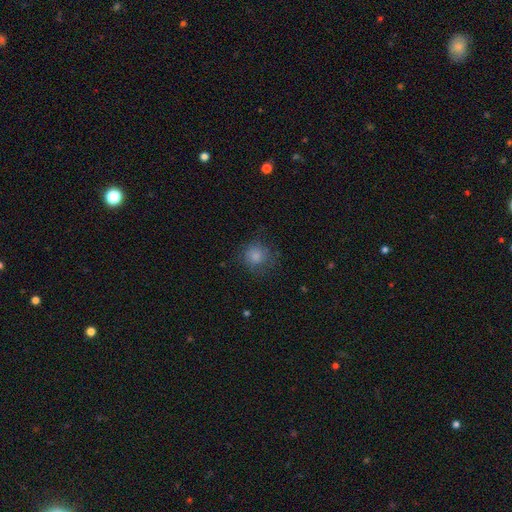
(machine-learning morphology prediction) This is clearly a smooth galaxy (81%). How rounded: clearly round (89%). Merging: likely none (70%).